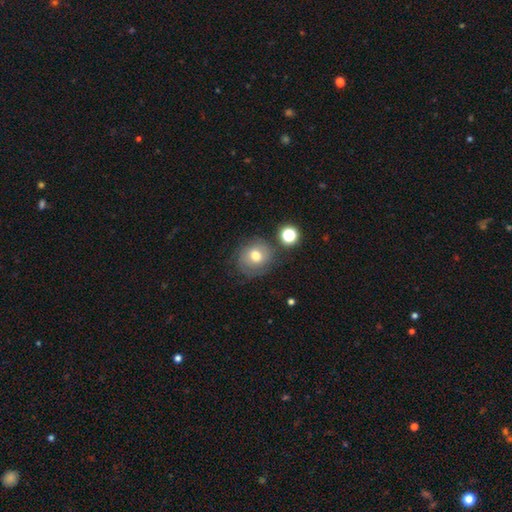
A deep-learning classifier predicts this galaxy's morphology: A smooth galaxy with no disk features (60%) that is round (83%).

Vote fractions:
- Smooth or featured? smooth: 60% / featured or disk: 28% / star or artifact: 13%
- How rounded? round: 83% / in between: 16% / cigar-shaped: 1%
- Merging? none: 67% / minor disturbance: 18% / major disturbance: 9% / merger: 6%